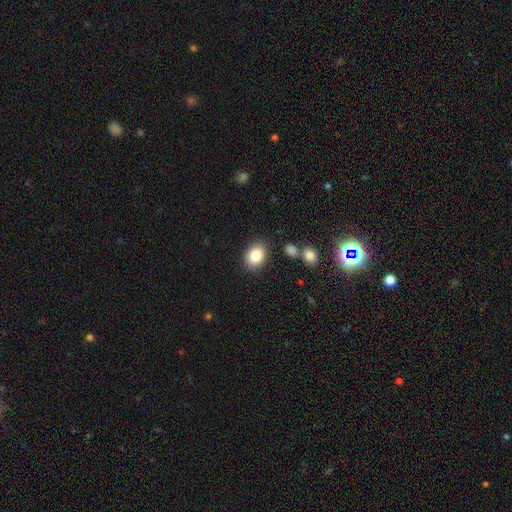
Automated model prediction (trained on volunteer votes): A smooth galaxy with no disk features (84%) that is in between round and cigar-shaped (63%).

Vote fractions:
- Smooth or featured? smooth: 84% / star or artifact: 9% / featured or disk: 7%
- How rounded? in between: 63% / round: 36% / cigar-shaped: 1%
- Merging? none: 84% / minor disturbance: 10% / merger: 4% / major disturbance: 3%